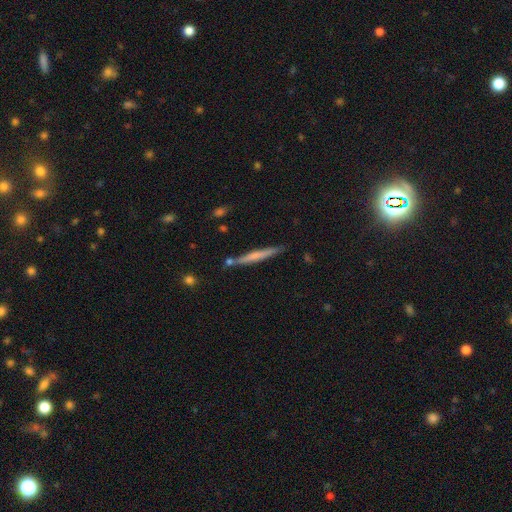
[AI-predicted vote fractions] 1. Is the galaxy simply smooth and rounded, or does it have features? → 52% smooth, 42% featured or disk, 6% star or artifact.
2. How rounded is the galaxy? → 95% cigar-shaped, 3% in between, 2% round.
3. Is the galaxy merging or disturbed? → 81% none, 12% minor disturbance, 5% merger, 2% major disturbance.